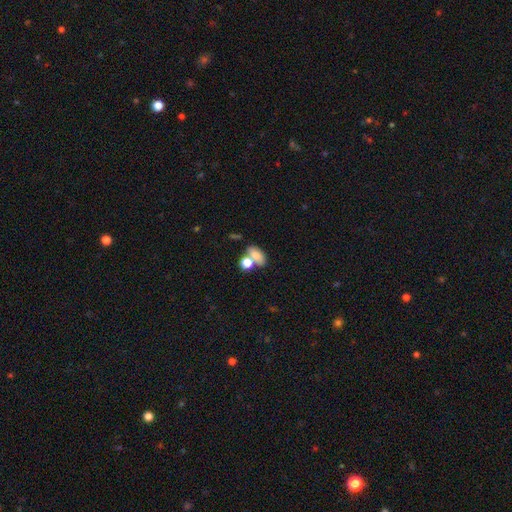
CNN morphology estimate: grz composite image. It shows a smooth galaxy with no disk features (74%) that is in between round and cigar-shaped (80%). Merging: merger (45%).